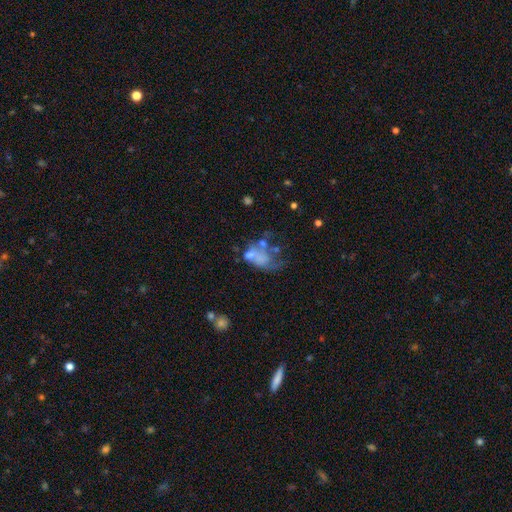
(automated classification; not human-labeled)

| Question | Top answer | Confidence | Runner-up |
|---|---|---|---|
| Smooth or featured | featured or disk | 45% | smooth (41%) |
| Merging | major disturbance | 41% | merger (25%) |